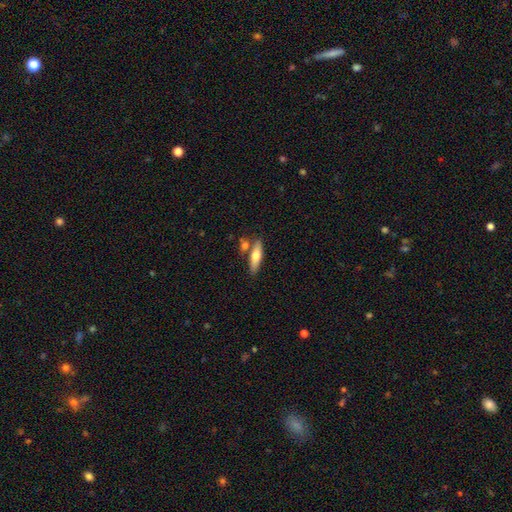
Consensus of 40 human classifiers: A smooth galaxy with no disk features (57%) that is cigar-shaped (52%). Merging: none (66%).